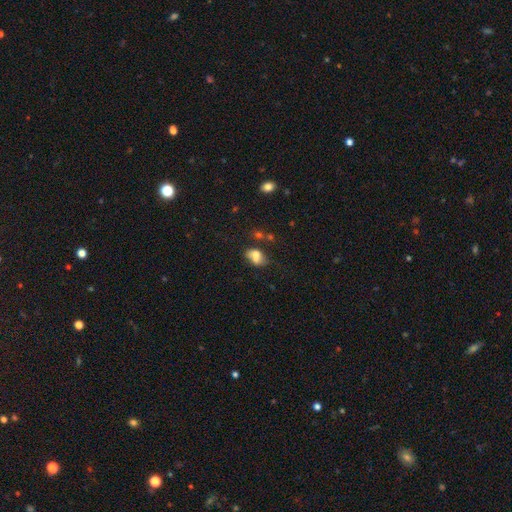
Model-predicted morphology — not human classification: The model was most divided on "merging": merger: 40%, none: 33%, minor disturbance: 18%, major disturbance: 9%. More confident: how rounded — in between (73%); smooth or featured — smooth (68%).